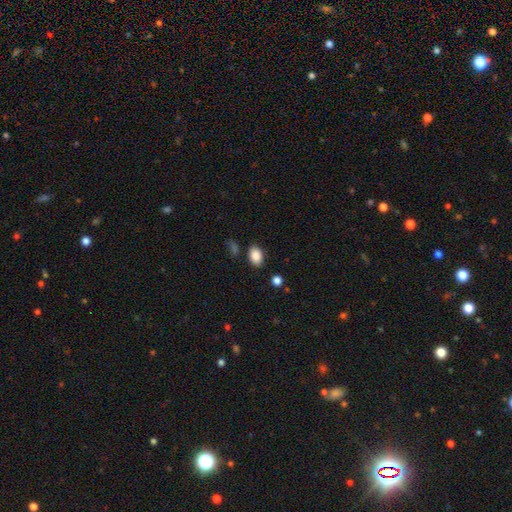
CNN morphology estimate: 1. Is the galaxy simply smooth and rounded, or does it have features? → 87% smooth, 8% star or artifact, 5% featured or disk.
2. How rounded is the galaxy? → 85% in between, 14% round, 1% cigar-shaped.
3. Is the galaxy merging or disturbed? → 82% none, 12% minor disturbance, 3% major disturbance, 3% merger.